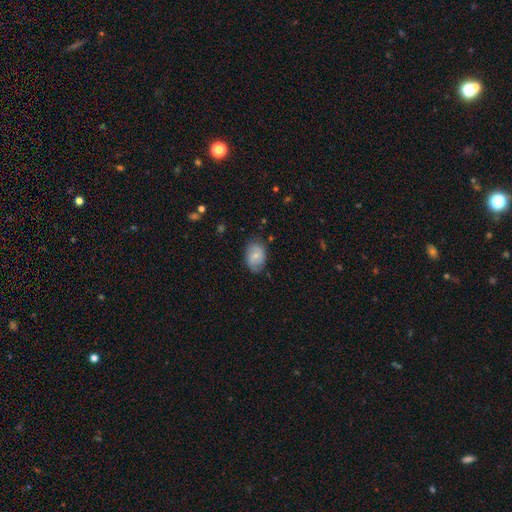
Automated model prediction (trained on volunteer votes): This is possibly a smooth galaxy (56%). How rounded: clearly in between (82%). Merging: likely none (74%).